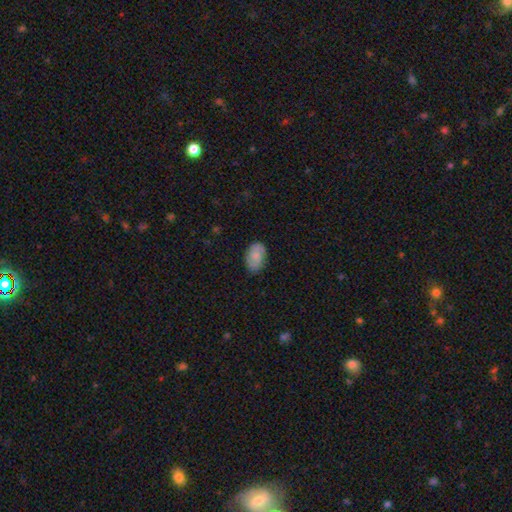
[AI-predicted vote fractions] Morphology: type=smooth (50%); roundness=in between (88%); merging=none (80%).